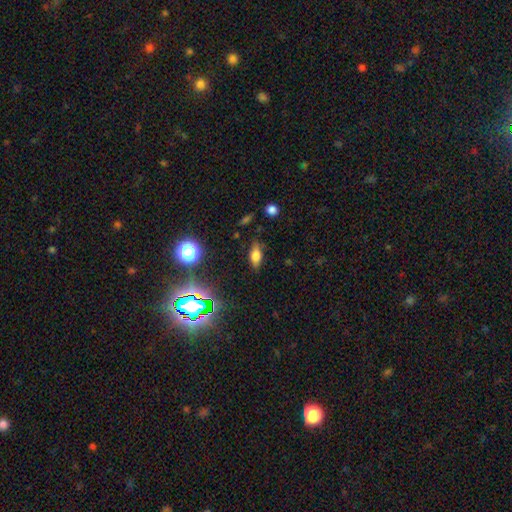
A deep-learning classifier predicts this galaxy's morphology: This appears to be a smooth galaxy with no disk features (68%) that is in between round and cigar-shaped (81%). Merging: none (80%).